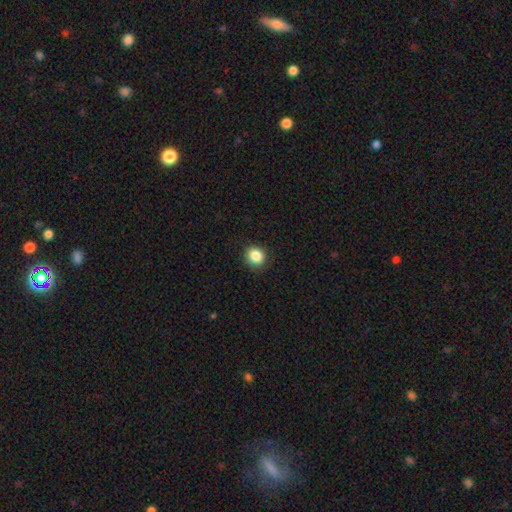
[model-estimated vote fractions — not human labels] smooth-or-featured: smooth: 86% | star or artifact: 10% | featured or disk: 4%
  how-rounded: round: 85% | in between: 14% | cigar-shaped: 1%
  merging: none: 89% | minor disturbance: 8% | major disturbance: 2% | merger: 1%